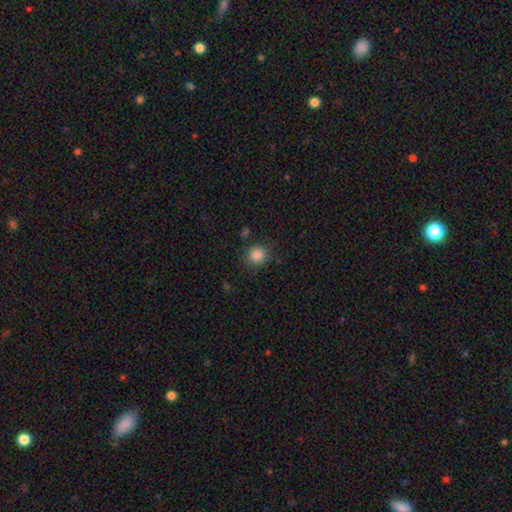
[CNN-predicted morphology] smooth-or-featured: smooth: 85% | star or artifact: 11% | featured or disk: 4%
  how-rounded: round: 88% | in between: 11% | cigar-shaped: 1%
  merging: none: 83% | minor disturbance: 10% | major disturbance: 4% | merger: 3%